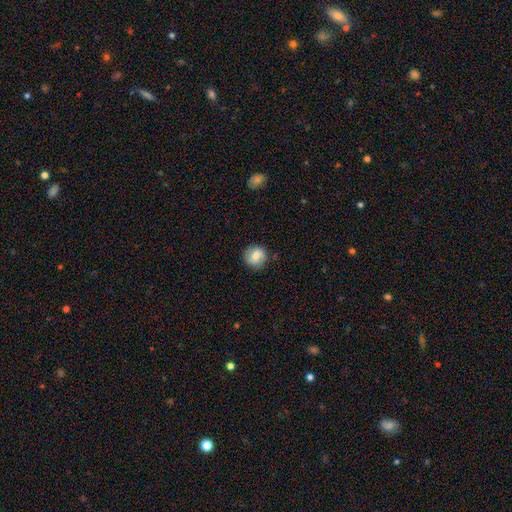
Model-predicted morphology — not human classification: This is likely a smooth galaxy (73%). How rounded: clearly round (89%). Merging: clearly none (83%).